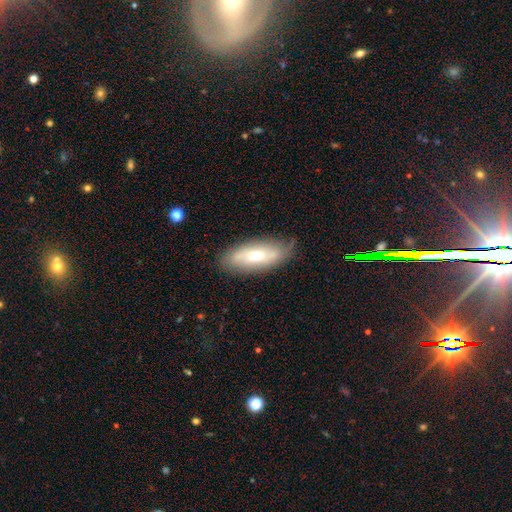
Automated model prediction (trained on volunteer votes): Smooth or featured?
  - smooth: 55% *
  - featured or disk: 38%
  - star or artifact: 7%
How rounded?
  - in between: 79% *
  - cigar-shaped: 18%
  - round: 3%
Merging?
  - none: 75% *
  - minor disturbance: 19%
  - major disturbance: 4%
  - merger: 1%